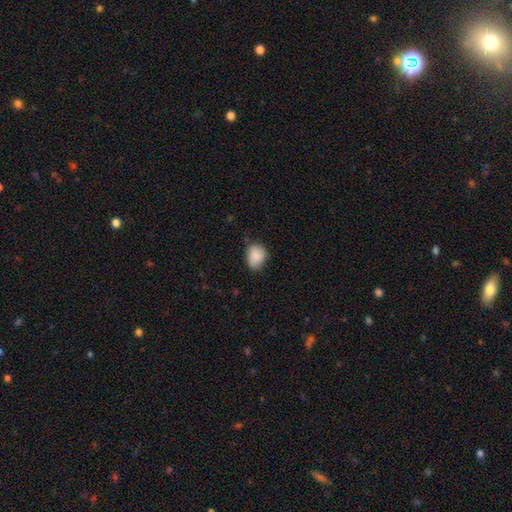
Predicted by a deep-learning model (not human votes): The model was most divided on "how rounded": in between: 55%, round: 44%, cigar-shaped: 1%. More confident: smooth or featured — smooth (86%); merging — none (62%).